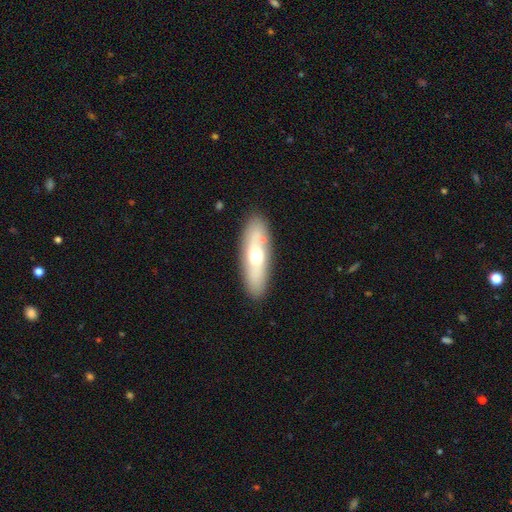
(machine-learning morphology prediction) Overall: smooth (50%; featured or disk 44%). How rounded: in between (56%; cigar-shaped 41%). Merging: none (84%).